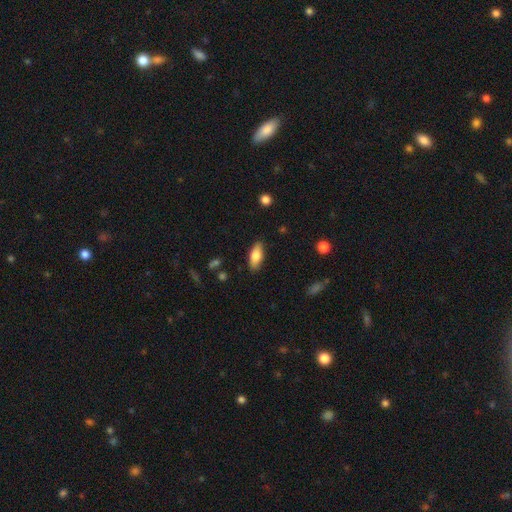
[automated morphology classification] A smooth galaxy with no disk features (77%) that is in between round and cigar-shaped (81%). Merging: none (86%).